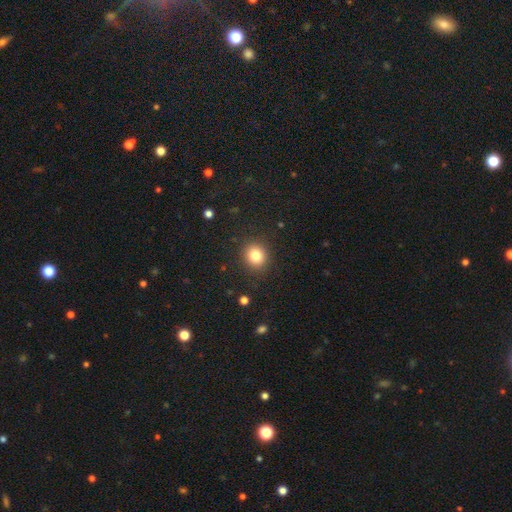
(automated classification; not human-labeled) Morphology: type=smooth (82%); roundness=round (82%); merging=none (89%).